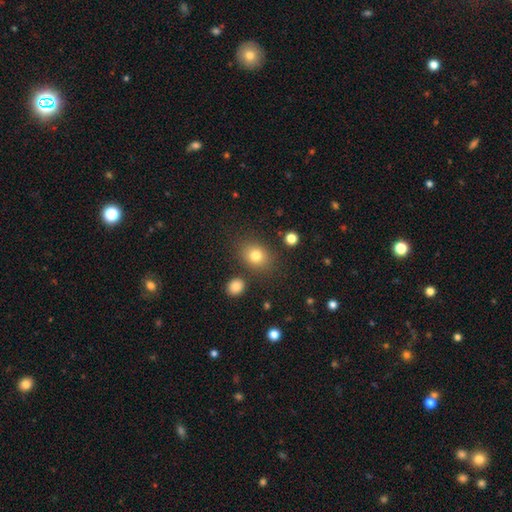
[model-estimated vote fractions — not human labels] The model was most divided on "how rounded": round: 53%, in between: 46%, cigar-shaped: 1%. More confident: merging — none (80%); smooth or featured — smooth (80%).